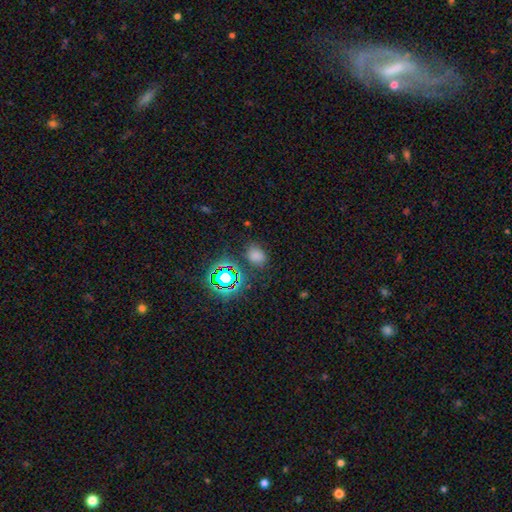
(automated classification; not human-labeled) Q: Smooth or featured?
A: smooth (65%); runner-up: star or artifact (29%)
Q: How rounded?
A: in between (65%); runner-up: round (33%)
Q: Merging?
A: none (77%); runner-up: minor disturbance (14%)